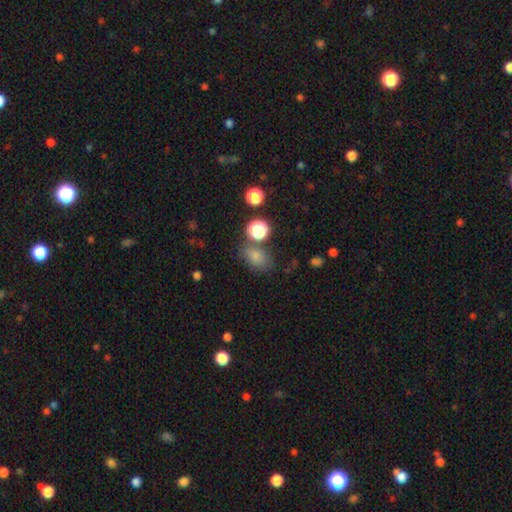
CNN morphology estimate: A smooth galaxy with no disk features (74%) that is in between round and cigar-shaped (69%). Merging: none (66%).